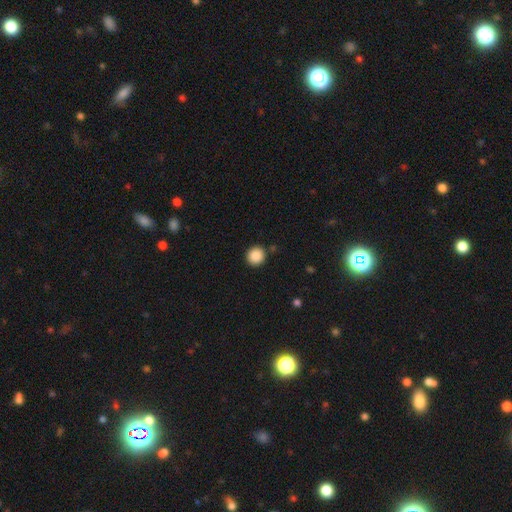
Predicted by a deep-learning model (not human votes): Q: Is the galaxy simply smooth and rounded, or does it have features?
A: smooth — 89%.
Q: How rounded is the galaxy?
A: round — 93%.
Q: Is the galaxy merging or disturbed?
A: none — 89%.